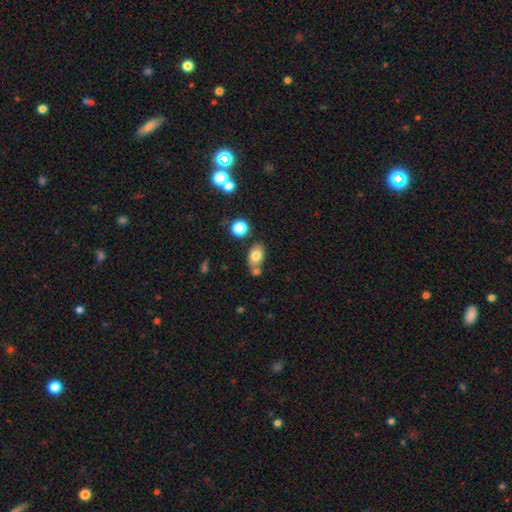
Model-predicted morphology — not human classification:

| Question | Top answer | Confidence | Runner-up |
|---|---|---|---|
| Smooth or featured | smooth | 79% | featured or disk (11%) |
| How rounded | in between | 80% | round (19%) |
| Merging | none | 62% | merger (20%) |